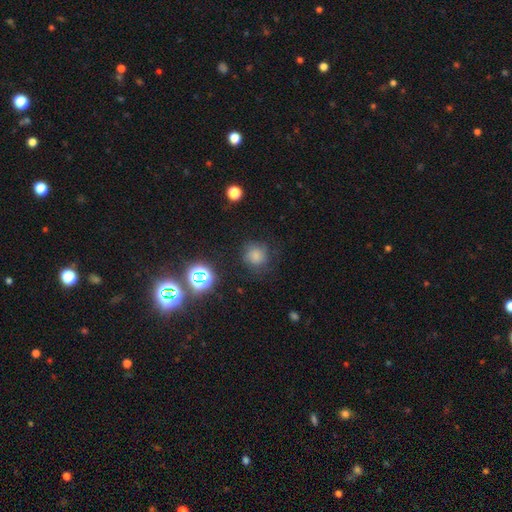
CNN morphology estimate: smooth_or_featured: smooth (p=0.71) [alt: star or artifact p=0.18]
how_rounded: round (p=0.88) [alt: in between p=0.11]
merging: none (p=0.74) [alt: minor disturbance p=0.16]